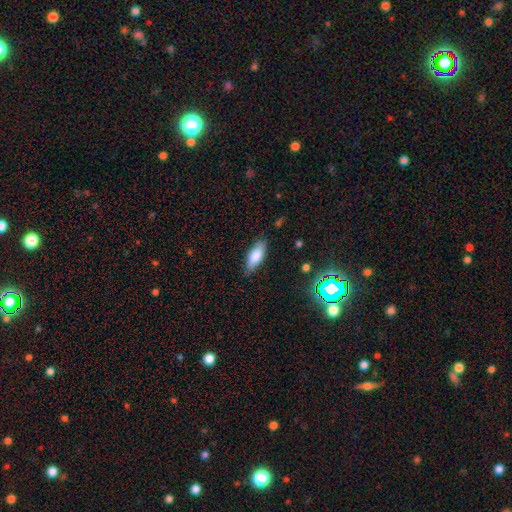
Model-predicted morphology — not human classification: type=smooth (79%); roundness=in between (76%); merging=none (83%).